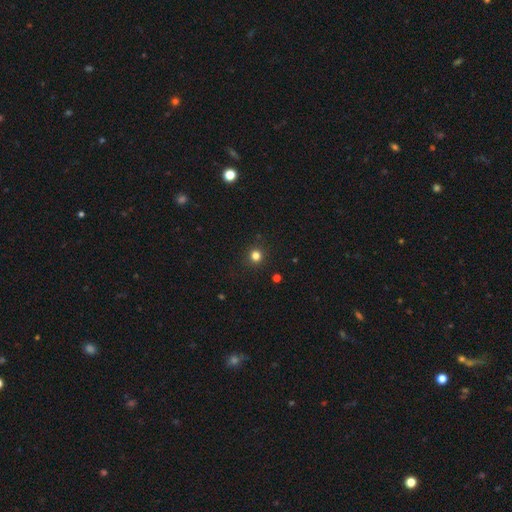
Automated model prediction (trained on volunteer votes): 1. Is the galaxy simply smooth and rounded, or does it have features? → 80% smooth, 15% star or artifact, 4% featured or disk.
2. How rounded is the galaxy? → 93% round, 6% in between, 1% cigar-shaped.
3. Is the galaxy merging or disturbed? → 92% none, 5% minor disturbance, 2% major disturbance, 1% merger.